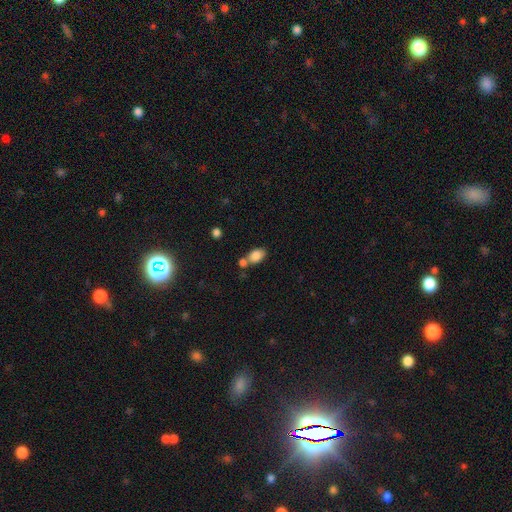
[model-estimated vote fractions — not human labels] smooth 84%, star or artifact 9%, featured or disk 8%. Down the decision tree: how rounded — in between (84%); merging — none (48%).